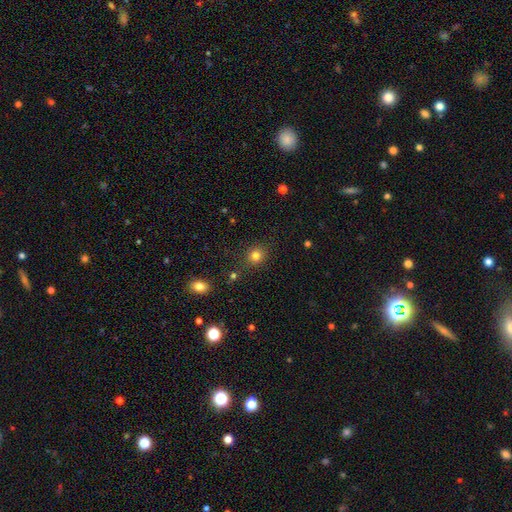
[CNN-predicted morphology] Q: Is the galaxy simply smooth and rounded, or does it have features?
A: smooth — 80%.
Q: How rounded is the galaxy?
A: round — 81%.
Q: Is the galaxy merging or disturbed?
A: none — 85%.